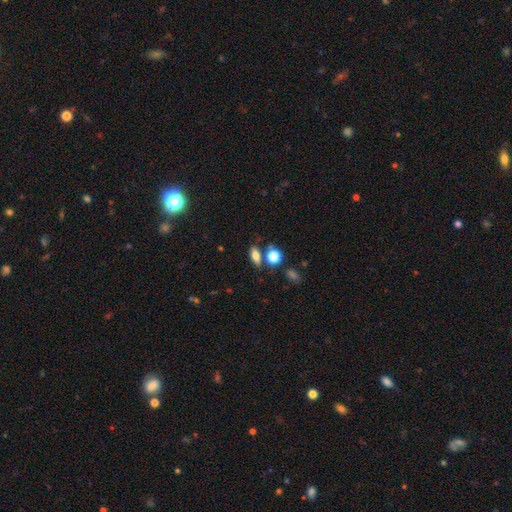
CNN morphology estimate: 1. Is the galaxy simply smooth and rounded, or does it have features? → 72% smooth, 15% featured or disk, 13% star or artifact.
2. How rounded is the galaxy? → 69% in between, 16% cigar-shaped, 15% round.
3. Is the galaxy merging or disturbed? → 71% none, 13% merger, 12% minor disturbance, 4% major disturbance.